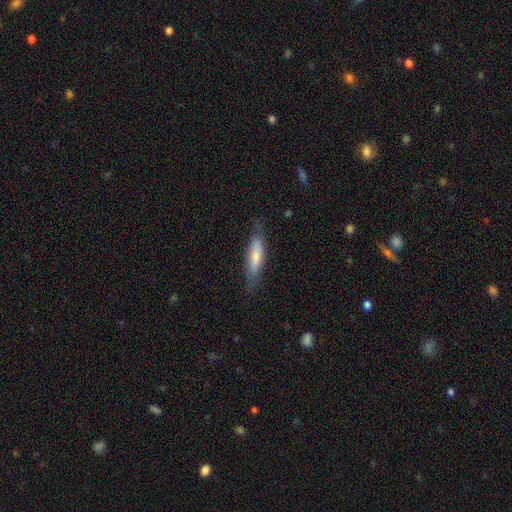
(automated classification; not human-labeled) Smooth or featured: smooth — 62% (featured or disk — 33%)
How rounded: cigar-shaped — 75% (in between — 23%)
Merging: none — 77% (minor disturbance — 17%)